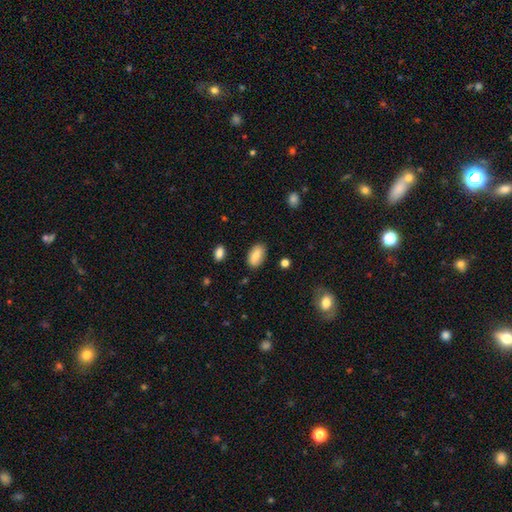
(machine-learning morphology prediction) Smooth or featured? Predicted: smooth (p=0.79). How rounded? Predicted: in between (p=0.91). Merging? Predicted: none (p=0.84).